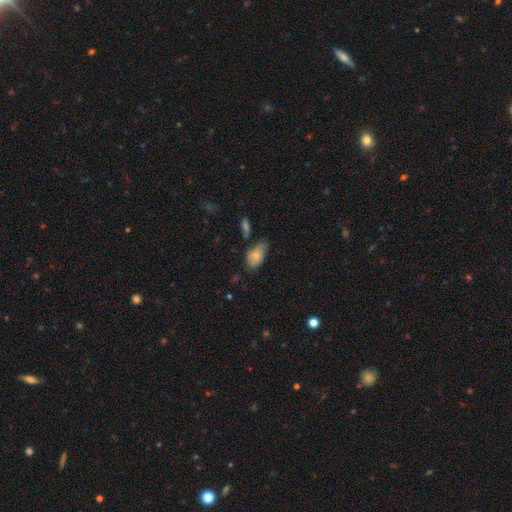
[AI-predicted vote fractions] The model was most divided on "merging": none: 45%, minor disturbance: 38%, major disturbance: 11%, merger: 6%. More confident: how rounded — in between (90%); smooth or featured — smooth (76%).